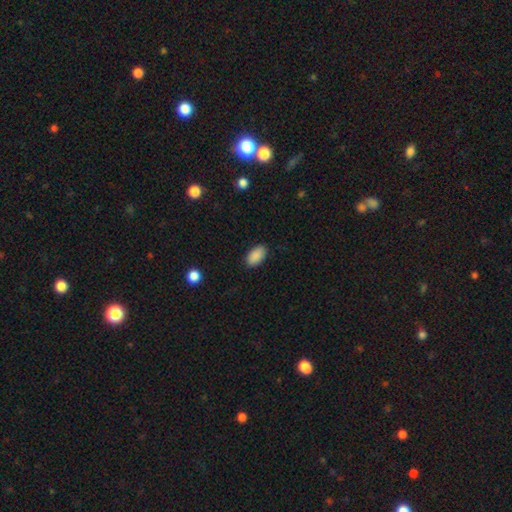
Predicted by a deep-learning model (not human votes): Smooth or featured?
  - smooth: 90% *
  - star or artifact: 7%
  - featured or disk: 3%
How rounded?
  - in between: 94% *
  - round: 4%
  - cigar-shaped: 2%
Merging?
  - none: 89% *
  - minor disturbance: 8%
  - major disturbance: 2%
  - merger: 1%